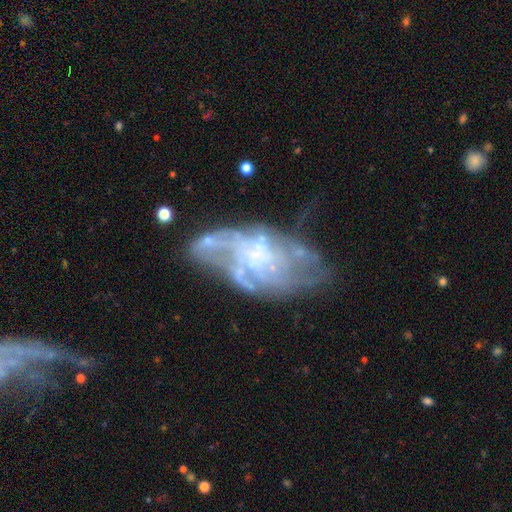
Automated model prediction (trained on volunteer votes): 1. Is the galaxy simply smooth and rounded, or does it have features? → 74% featured or disk, 16% smooth, 9% star or artifact.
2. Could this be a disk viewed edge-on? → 95% no, 5% yes.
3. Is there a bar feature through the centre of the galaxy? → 78% no, 17% weak, 5% strong.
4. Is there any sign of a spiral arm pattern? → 56% yes, 44% no.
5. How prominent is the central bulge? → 62% none, 21% small, 12% moderate, 4% large, 1% dominant.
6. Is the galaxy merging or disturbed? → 39% none, 30% major disturbance, 23% minor disturbance, 8% merger.